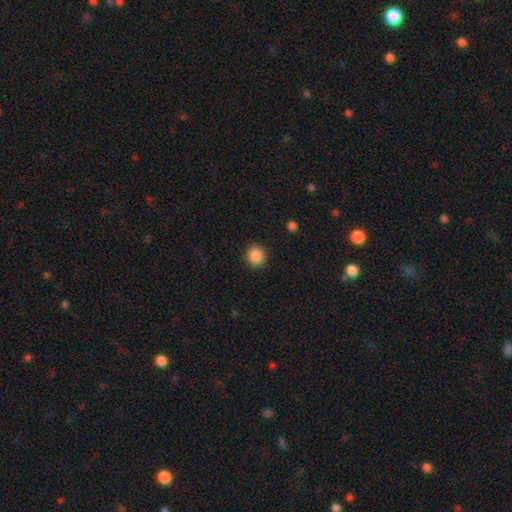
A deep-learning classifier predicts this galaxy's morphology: Smooth or featured: smooth — 88% (star or artifact — 10%)
How rounded: round — 87% (in between — 12%)
Merging: none — 90% (minor disturbance — 6%)